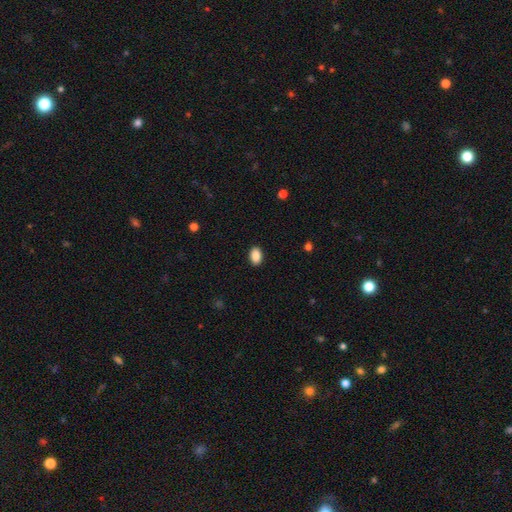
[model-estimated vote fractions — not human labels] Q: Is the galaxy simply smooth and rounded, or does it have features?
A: smooth — 89%.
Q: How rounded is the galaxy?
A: in between — 89%.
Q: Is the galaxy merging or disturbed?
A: none — 90%.